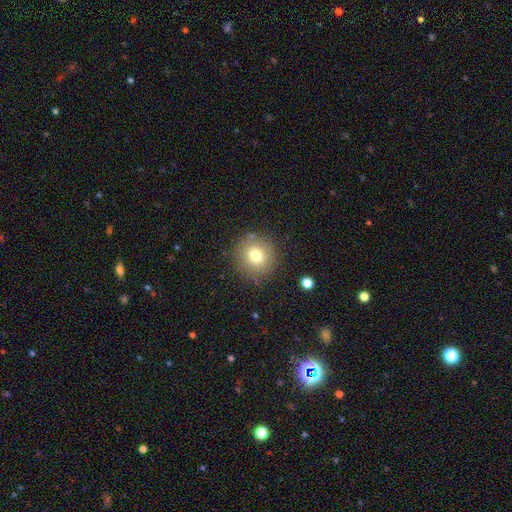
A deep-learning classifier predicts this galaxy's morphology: The model was most divided on "smooth or featured": smooth: 75%, star or artifact: 13%, featured or disk: 12%. More confident: how rounded — round (92%); merging — none (85%).